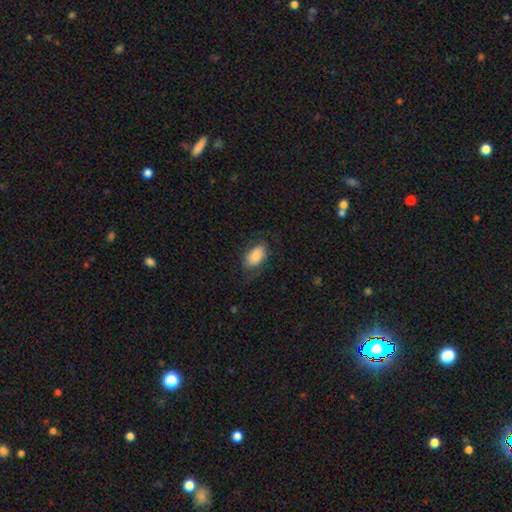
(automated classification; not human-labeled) Overall: smooth (81%). How rounded: in between (92%). Merging: none (69%).